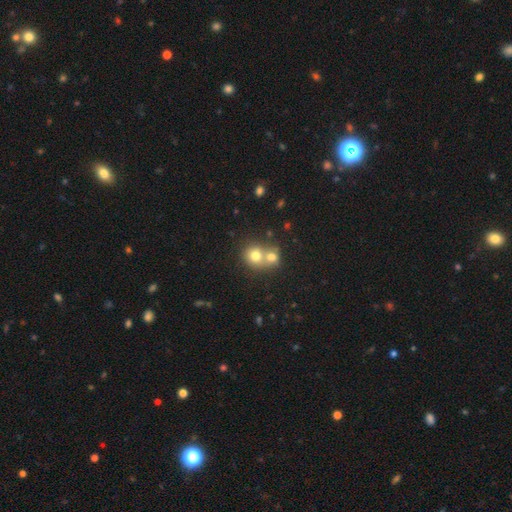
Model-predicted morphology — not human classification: Q: Smooth or featured?
A: smooth (73%); runner-up: featured or disk (16%)
Q: How rounded?
A: round (78%); runner-up: in between (21%)
Q: Merging?
A: merger (61%); runner-up: none (31%)